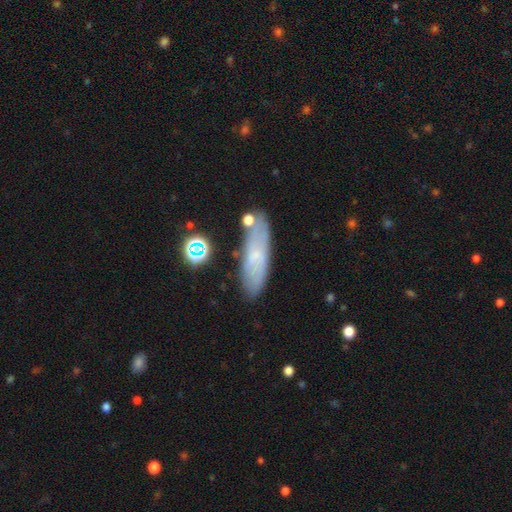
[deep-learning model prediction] Q: Smooth or featured?
A: smooth (56%); runner-up: featured or disk (34%)
Q: How rounded?
A: cigar-shaped (52%); runner-up: in between (46%)
Q: Merging?
A: none (76%); runner-up: minor disturbance (16%)